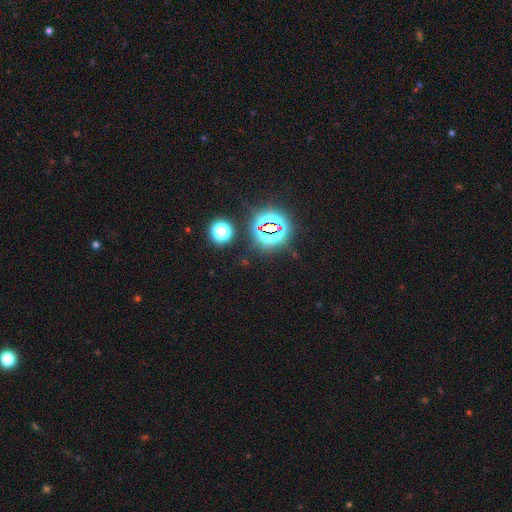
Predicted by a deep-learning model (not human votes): star or artifact 79%, smooth 15%, featured or disk 6%.